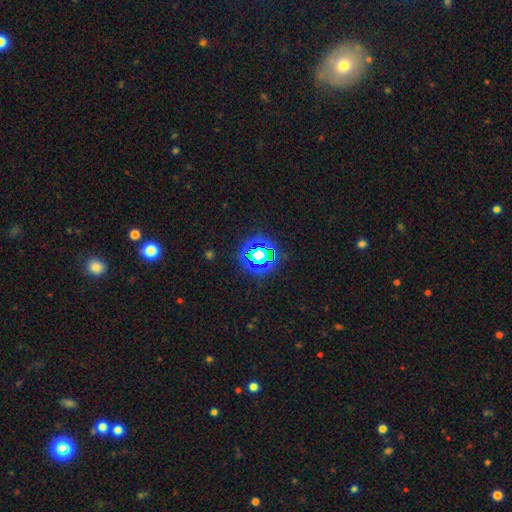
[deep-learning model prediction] Smooth or featured: star or artifact — 68% (smooth — 20%)